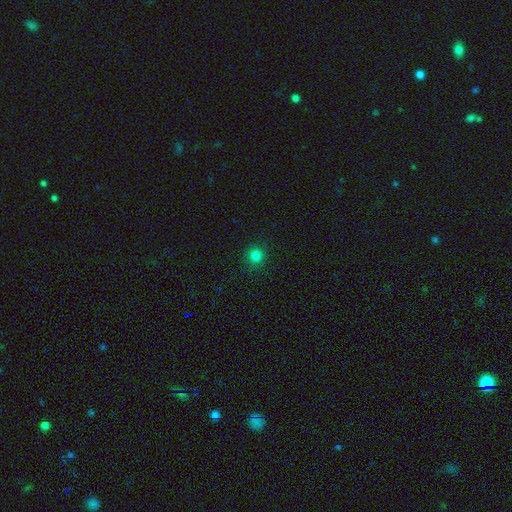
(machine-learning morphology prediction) This is clearly a smooth galaxy (82%). How rounded: clearly round (94%). Merging: clearly none (91%).